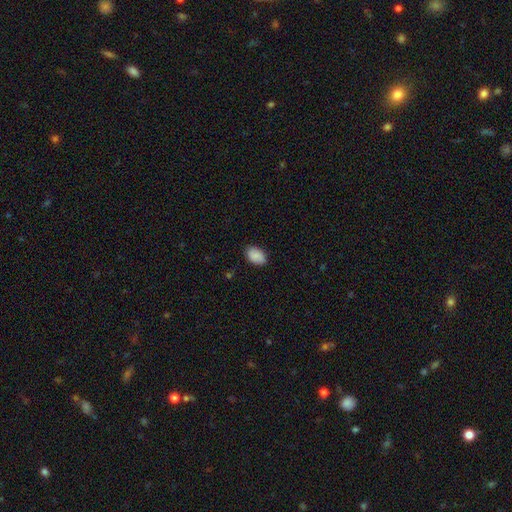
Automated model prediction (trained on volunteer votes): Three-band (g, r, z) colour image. It shows a smooth galaxy with no disk features (88%) that is in between round and cigar-shaped (89%). Merging: none (83%).